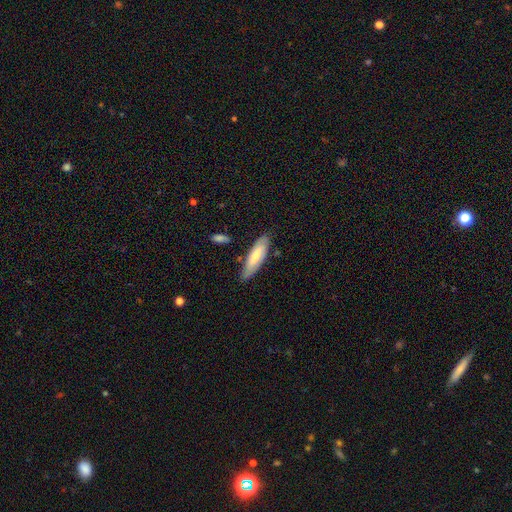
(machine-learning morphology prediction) Smooth or featured? smooth (63%)
How rounded? cigar-shaped (51%)
Merging? none (76%)